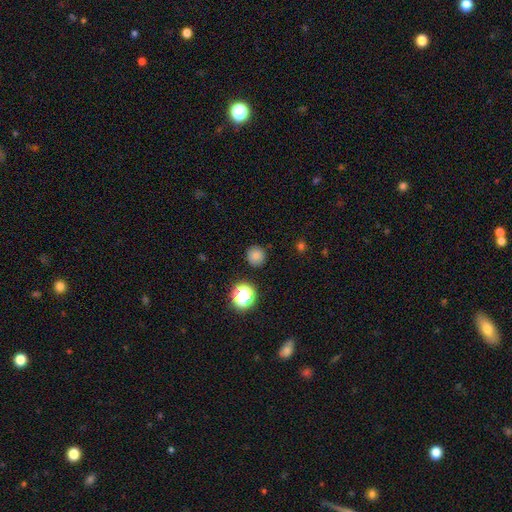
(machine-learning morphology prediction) smooth-or-featured: smooth: 79% | star or artifact: 15% | featured or disk: 6%
  how-rounded: round: 93% | in between: 6% | cigar-shaped: 1%
  merging: none: 89% | minor disturbance: 7% | major disturbance: 2% | merger: 2%